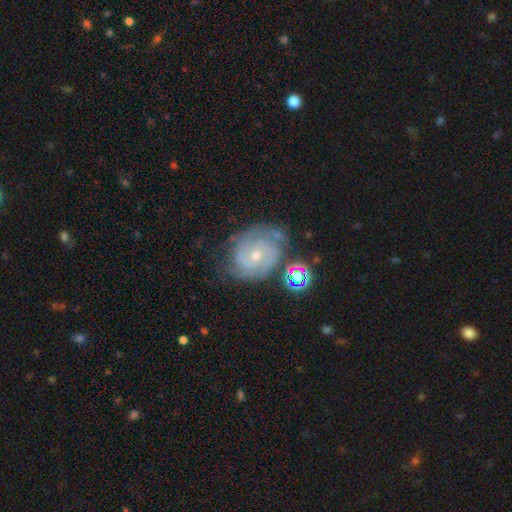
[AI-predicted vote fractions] featured or disk 84%, smooth 9%, star or artifact 8%. Down the decision tree: edge-on disk — no (97%); bar — no (63%); spiral arms — yes (95%); spiral arm count — 2 (48%); spiral winding — tight (59%); bulge size — small (67%); merging — none (64%).